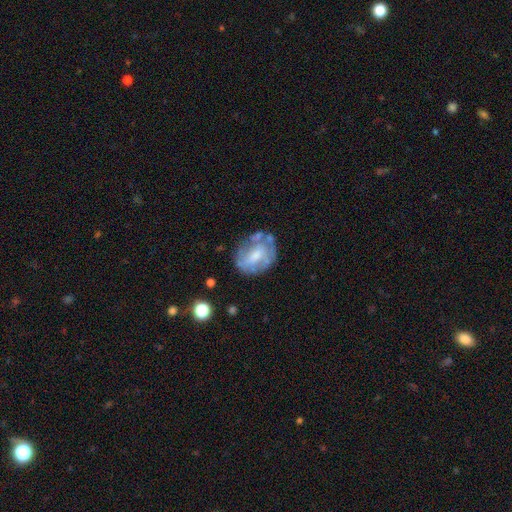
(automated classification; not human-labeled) Q: Smooth or featured?
A: featured or disk (58%); runner-up: smooth (35%)
Q: Edge-on disk?
A: no (96%); runner-up: yes (4%)
Q: Bar?
A: no (51%); runner-up: weak (38%)
Q: Spiral arms?
A: no (52%); runner-up: yes (48%)
Q: Bulge size?
A: moderate (47%); runner-up: small (34%)
Q: Merging?
A: none (53%); runner-up: minor disturbance (25%)